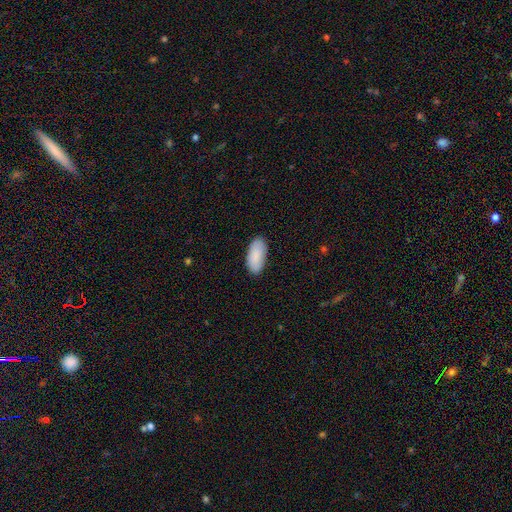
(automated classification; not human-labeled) Smooth or featured? smooth (88%)
How rounded? in between (94%)
Merging? none (86%)